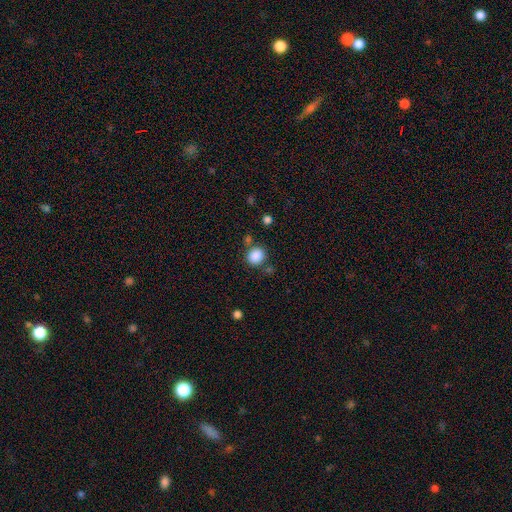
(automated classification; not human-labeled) smooth_or_featured: smooth (p=0.87) [alt: star or artifact p=0.09]
how_rounded: round (p=0.77) [alt: in between p=0.22]
merging: none (p=0.78) [alt: minor disturbance p=0.11]